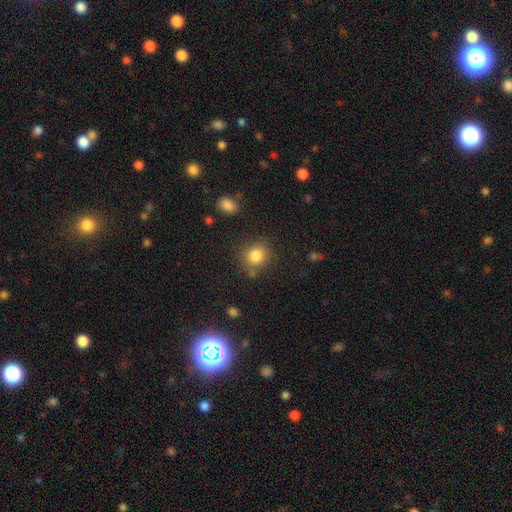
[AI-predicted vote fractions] Smooth or featured: smooth — 83% (star or artifact — 11%)
How rounded: round — 76% (in between — 24%)
Merging: none — 77% (minor disturbance — 13%)